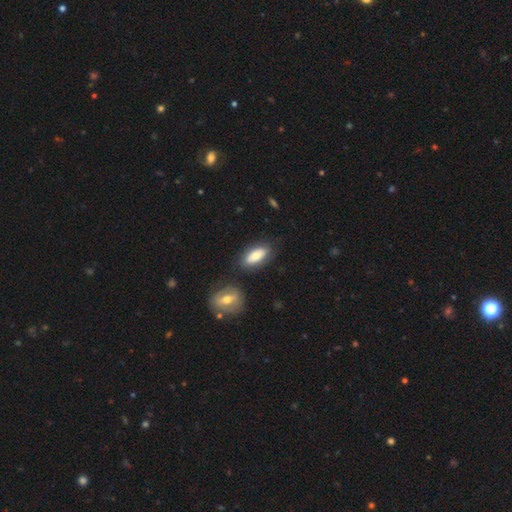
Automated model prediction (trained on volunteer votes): smooth 76%, featured or disk 18%, star or artifact 6%. Down the decision tree: how rounded — in between (84%); merging — none (72%).